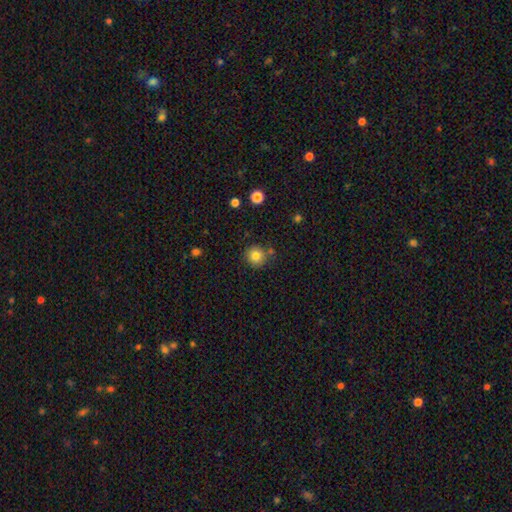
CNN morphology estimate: This is clearly a smooth galaxy (81%). How rounded: clearly round (93%). Merging: likely none (79%).